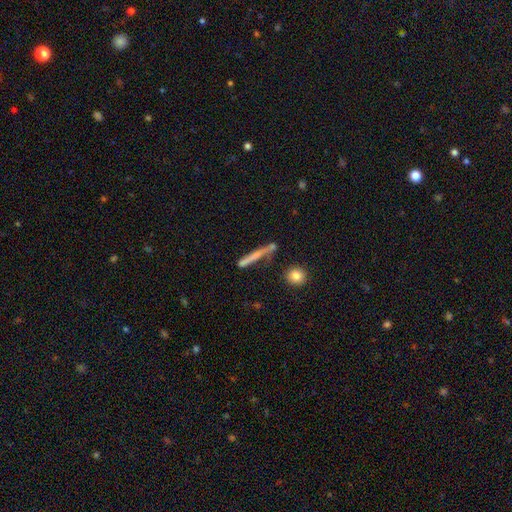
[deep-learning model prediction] The model was most divided on "smooth or featured": smooth: 48%, featured or disk: 43%, star or artifact: 10%. More confident: merging — none (73%).